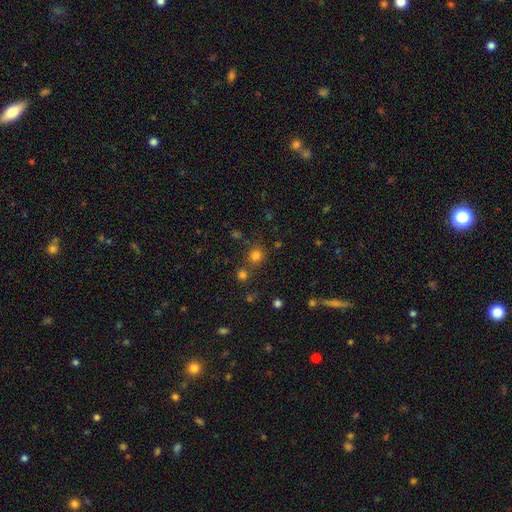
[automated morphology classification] type=smooth (77%); roundness=round (88%); merging=none (72%).